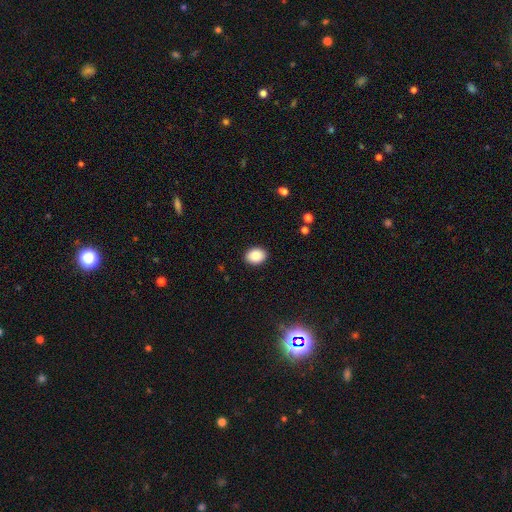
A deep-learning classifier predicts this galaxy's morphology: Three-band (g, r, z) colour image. It shows a smooth galaxy with no disk features (88%) that is in between round and cigar-shaped (62%). Merging: none (90%).